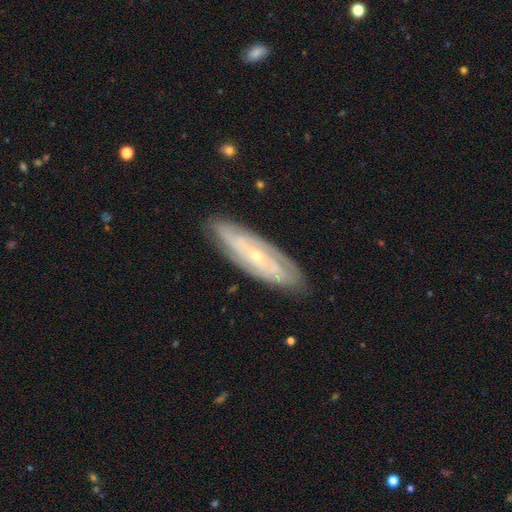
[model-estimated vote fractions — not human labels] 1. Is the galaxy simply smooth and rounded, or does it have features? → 77% featured or disk, 17% smooth, 6% star or artifact.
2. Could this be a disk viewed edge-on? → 79% no, 21% yes.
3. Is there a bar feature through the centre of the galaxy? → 71% no, 22% weak, 8% strong.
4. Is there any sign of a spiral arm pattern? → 87% yes, 13% no.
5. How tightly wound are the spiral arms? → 66% tight, 27% medium, 7% loose.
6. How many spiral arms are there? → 46% can't tell, 27% 2, 12% 3, 7% 4, 4% more than 4, 4% 1.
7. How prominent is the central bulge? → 79% small, 18% moderate, 1% none, 1% large, 1% dominant.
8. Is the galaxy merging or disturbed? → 83% none, 13% minor disturbance, 3% major disturbance, 1% merger.